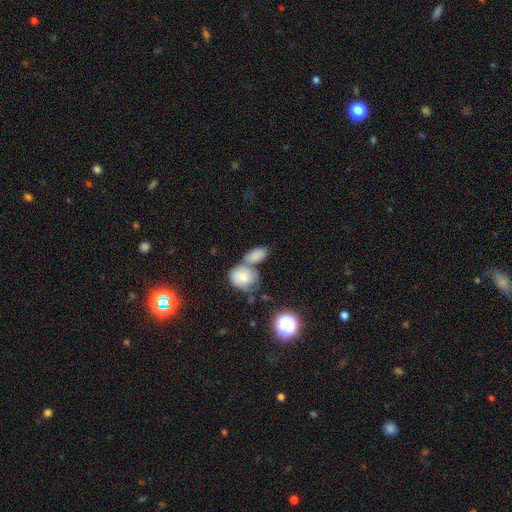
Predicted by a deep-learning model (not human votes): Smooth or featured: smooth — 77% (featured or disk — 14%)
How rounded: in between — 82% (round — 15%)
Merging: merger — 52% (none — 31%)